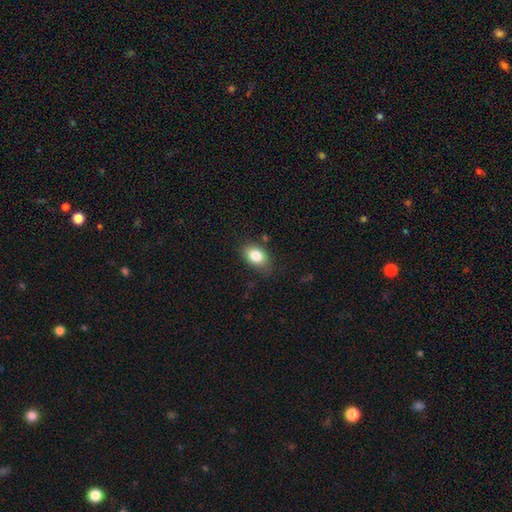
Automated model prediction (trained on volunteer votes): A smooth galaxy with no disk features (83%) that is in between round and cigar-shaped (82%).

Vote fractions:
- Smooth or featured? smooth: 83% / featured or disk: 8% / star or artifact: 8%
- How rounded? in between: 82% / round: 16% / cigar-shaped: 1%
- Merging? none: 78% / minor disturbance: 17% / major disturbance: 4% / merger: 2%